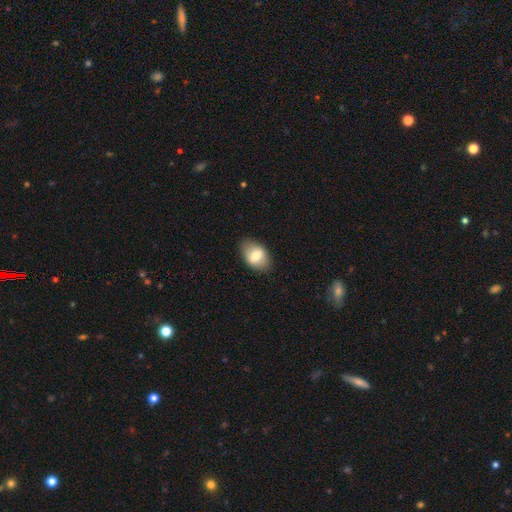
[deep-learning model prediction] This appears to be a smooth galaxy with no disk features (69%) that is in between round and cigar-shaped (84%). Merging: none (84%).